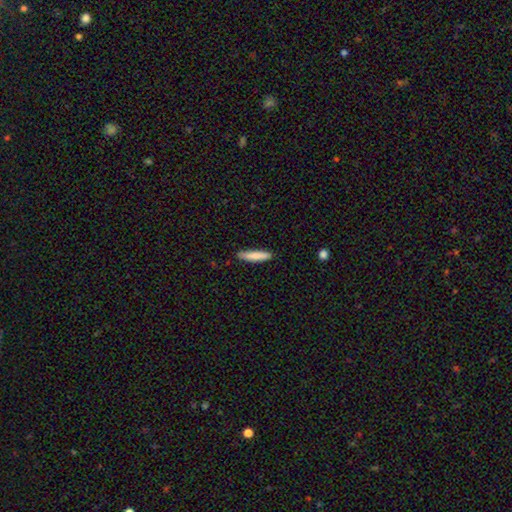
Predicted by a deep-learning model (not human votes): Smooth or featured?
  - smooth: 84% *
  - featured or disk: 10%
  - star or artifact: 6%
How rounded?
  - cigar-shaped: 87% *
  - in between: 12%
  - round: 1%
Merging?
  - none: 87% *
  - minor disturbance: 10%
  - major disturbance: 2%
  - merger: 1%